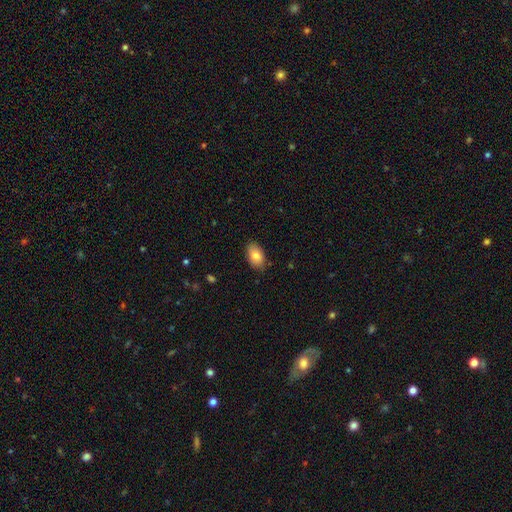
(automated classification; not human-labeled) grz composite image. It shows a smooth galaxy with no disk features (82%) that is in between round and cigar-shaped (92%). Merging: none (84%).